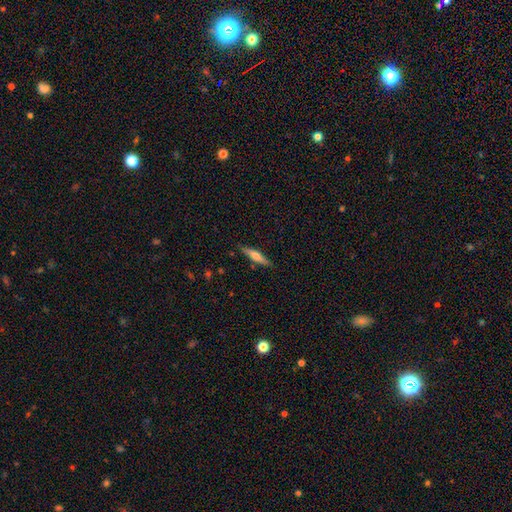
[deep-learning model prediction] A smooth galaxy with no disk features (51%) that is cigar-shaped (82%). Merging: none (85%).